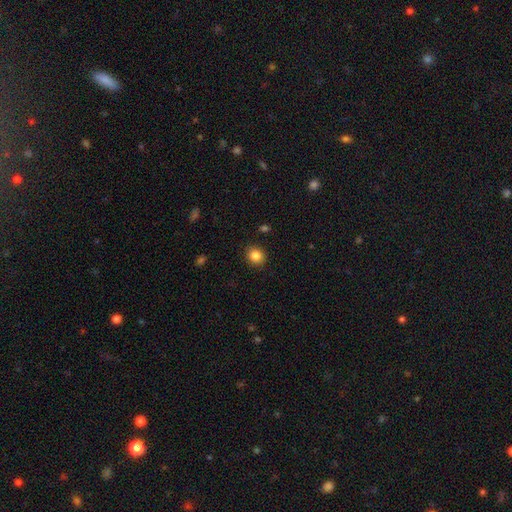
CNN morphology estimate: Smooth or featured? Predicted: smooth (p=0.85). How rounded? Predicted: round (p=0.79). Merging? Predicted: none (p=0.90).